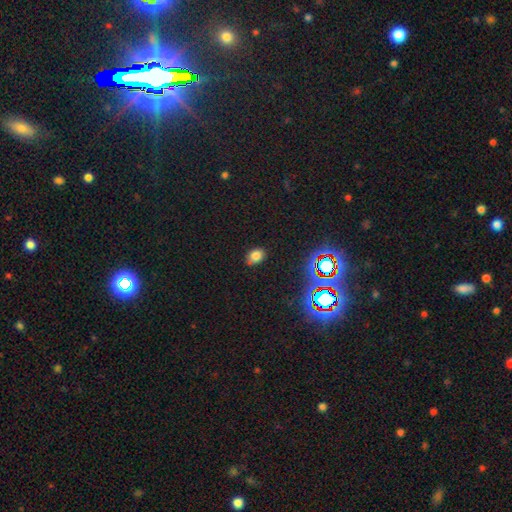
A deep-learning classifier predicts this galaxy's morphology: smooth 76%, star or artifact 17%, featured or disk 7%. Down the decision tree: how rounded — in between (75%); merging — none (82%).